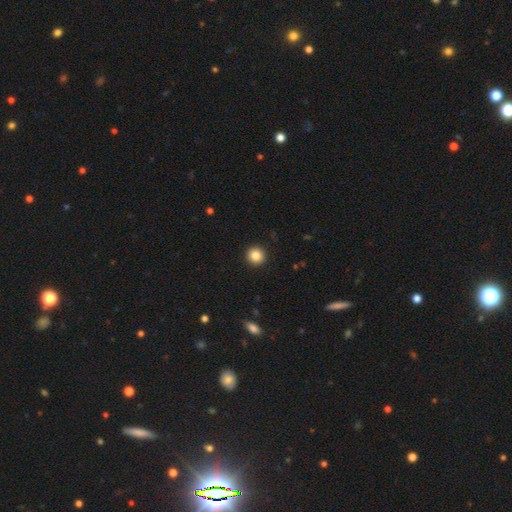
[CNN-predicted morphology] Smooth or featured: smooth — 85% (star or artifact — 10%)
How rounded: round — 95% (in between — 4%)
Merging: none — 93% (minor disturbance — 5%)